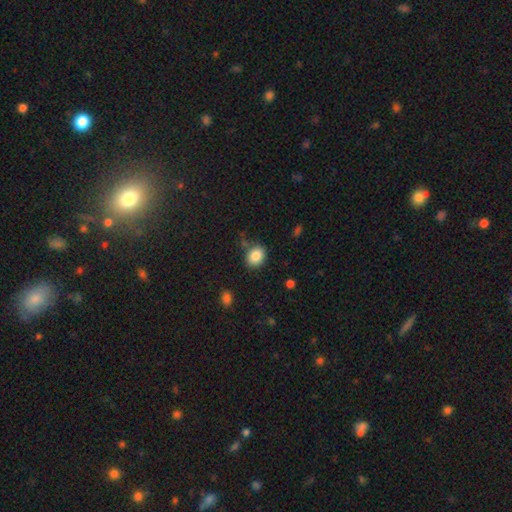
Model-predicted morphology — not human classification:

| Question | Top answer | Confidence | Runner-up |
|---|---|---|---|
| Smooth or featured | smooth | 85% | star or artifact (9%) |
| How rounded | round | 55% | in between (44%) |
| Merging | none | 80% | minor disturbance (13%) |